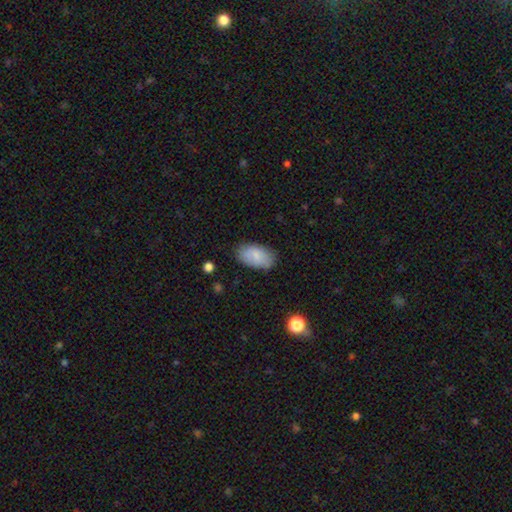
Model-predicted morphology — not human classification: The model was most divided on "merging": none: 77%, minor disturbance: 17%, major disturbance: 4%, merger: 2%. More confident: how rounded — in between (94%); smooth or featured — smooth (81%).